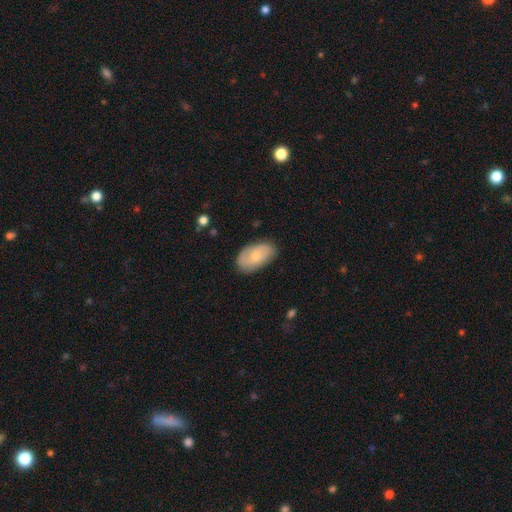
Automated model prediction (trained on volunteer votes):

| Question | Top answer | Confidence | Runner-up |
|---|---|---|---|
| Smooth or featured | smooth | 64% | featured or disk (30%) |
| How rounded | in between | 93% | round (5%) |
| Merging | none | 80% | minor disturbance (15%) |